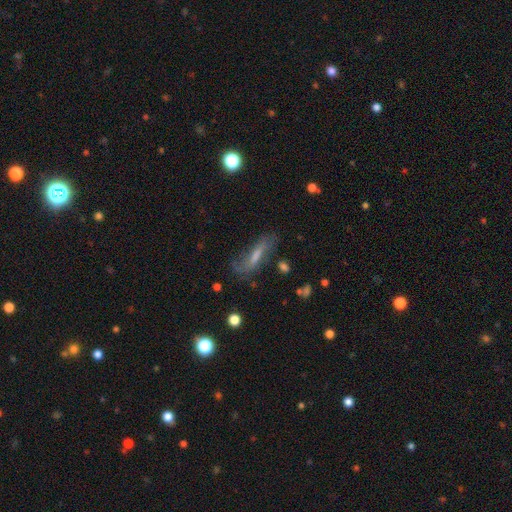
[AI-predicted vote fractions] Smooth or featured: featured or disk — 52% (smooth — 35%)
Edge-on disk: no — 65% (yes — 35%)
Merging: none — 60% (minor disturbance — 23%)